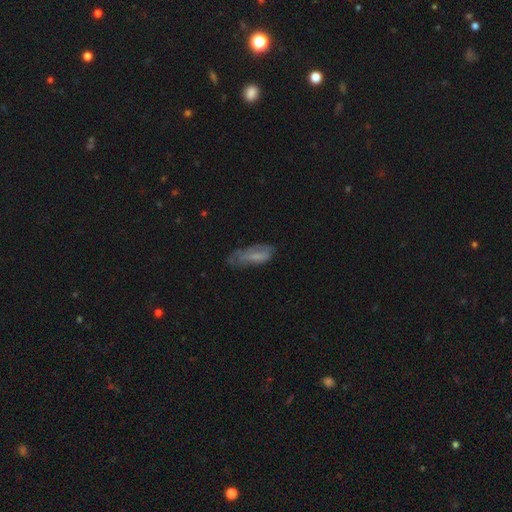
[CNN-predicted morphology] smooth-or-featured: smooth: 56% | featured or disk: 35% | star or artifact: 9%
  how-rounded: in between: 65% | cigar-shaped: 33% | round: 2%
  merging: none: 45% | minor disturbance: 33% | major disturbance: 20% | merger: 2%